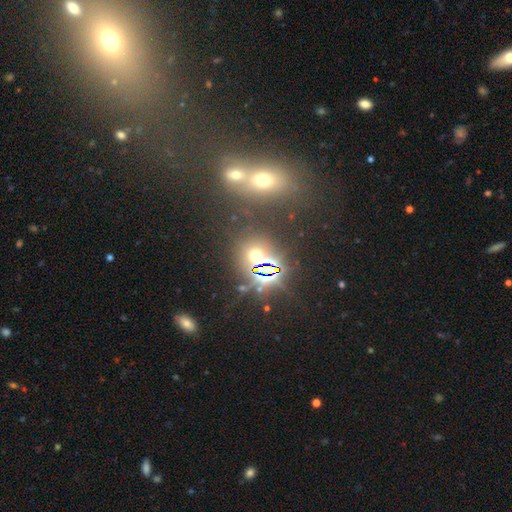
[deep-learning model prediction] Morphology: type=star or artifact (61%).